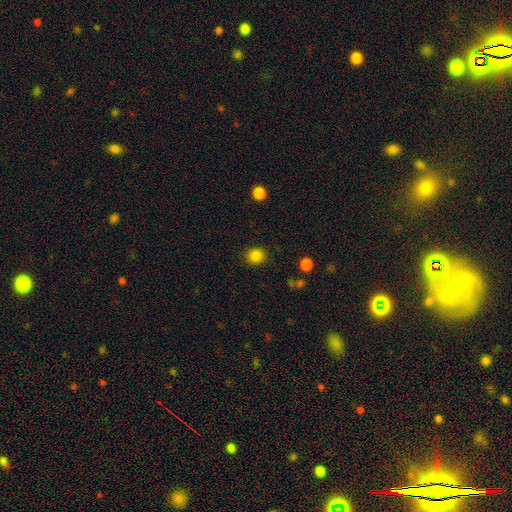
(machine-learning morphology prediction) Smooth or featured? Predicted: smooth (p=0.85). How rounded? Predicted: round (p=0.83). Merging? Predicted: none (p=0.88).